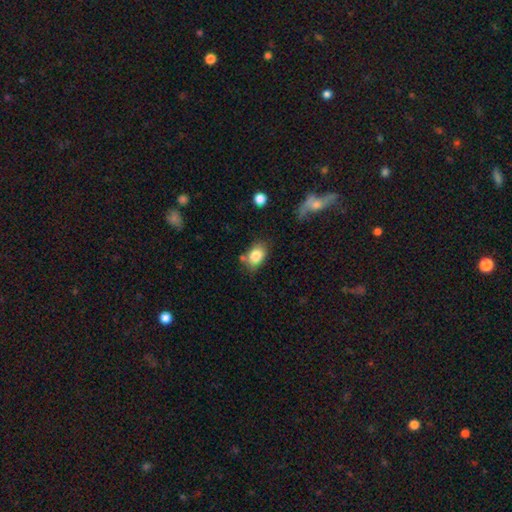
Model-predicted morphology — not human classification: Smooth or featured? Predicted: smooth (p=0.83). How rounded? Predicted: in between (p=0.82). Merging? Predicted: none (p=0.70).